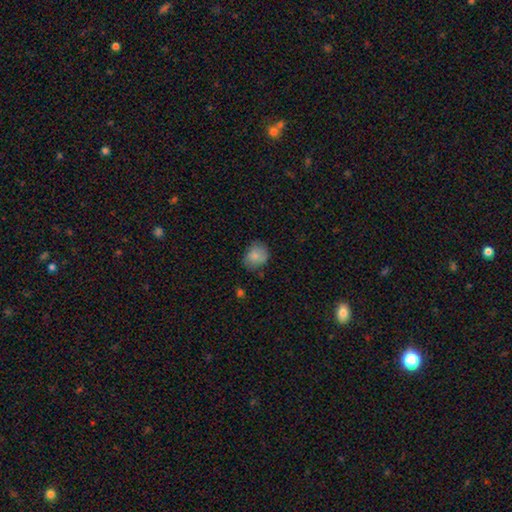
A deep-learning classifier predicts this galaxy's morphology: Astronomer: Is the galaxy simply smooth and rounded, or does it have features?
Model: smooth — 82%.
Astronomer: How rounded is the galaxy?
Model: round — 59% (runner-up: in between, 40%).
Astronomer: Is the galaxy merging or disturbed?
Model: none — 68%.